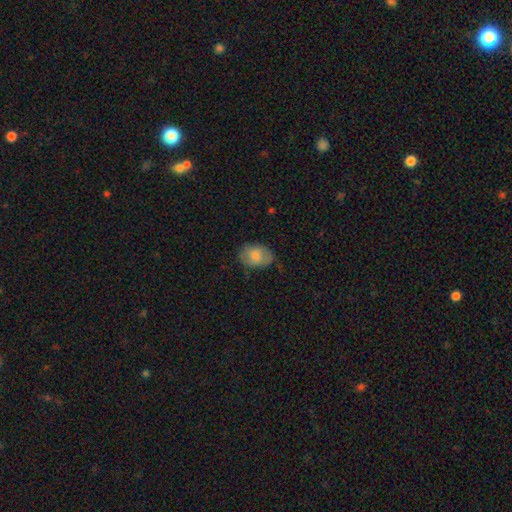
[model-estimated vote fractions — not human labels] The model was most divided on "merging": none: 68%, minor disturbance: 24%, major disturbance: 6%, merger: 1%. More confident: how rounded — in between (77%); smooth or featured — smooth (71%).